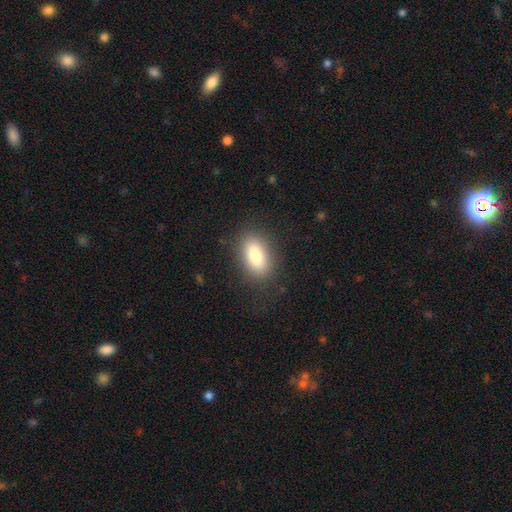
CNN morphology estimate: Smooth or featured?
  - smooth: 83% *
  - featured or disk: 8%
  - star or artifact: 8%
How rounded?
  - in between: 88% *
  - round: 8%
  - cigar-shaped: 4%
Merging?
  - none: 84% *
  - minor disturbance: 11%
  - major disturbance: 4%
  - merger: 1%